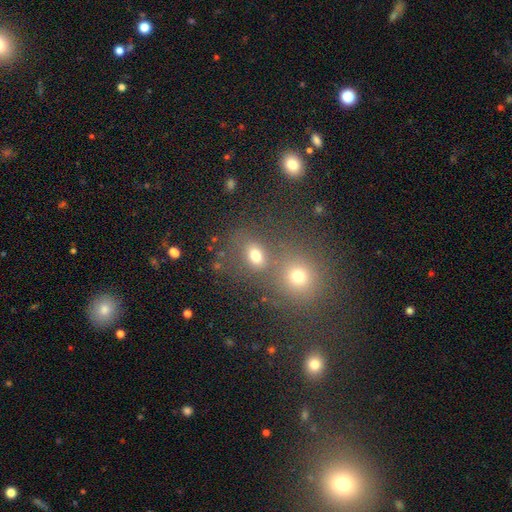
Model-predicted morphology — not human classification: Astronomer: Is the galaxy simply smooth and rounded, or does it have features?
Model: smooth — 71%.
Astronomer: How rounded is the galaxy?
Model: round — 52% (runner-up: in between, 47%).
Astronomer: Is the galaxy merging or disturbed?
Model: none — 51% (runner-up: merger, 36%).